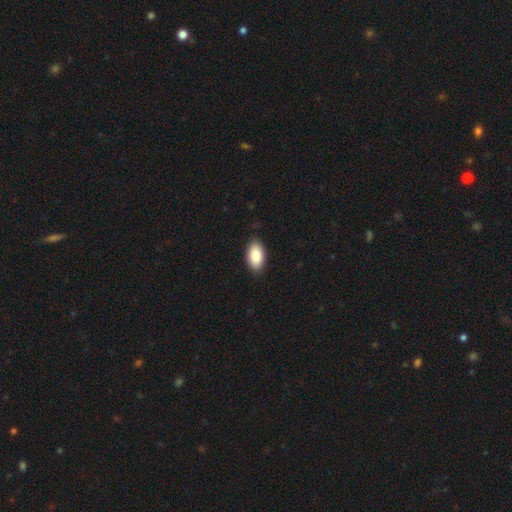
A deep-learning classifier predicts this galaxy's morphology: The model was most divided on "merging": none: 87%, minor disturbance: 10%, major disturbance: 2%, merger: 1%. More confident: how rounded — in between (95%); smooth or featured — smooth (89%).